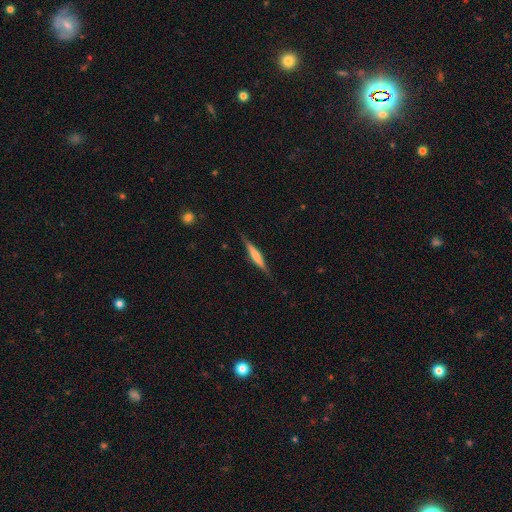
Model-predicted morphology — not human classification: smooth-or-featured: featured or disk: 56% | smooth: 38% | star or artifact: 6%
  disk-edge-on: yes: 97% | no: 3%
    edge-on-bulge: rounded: 42% | boxy: 31% | none: 27%
  merging: none: 86% | minor disturbance: 10% | major disturbance: 2% | merger: 1%